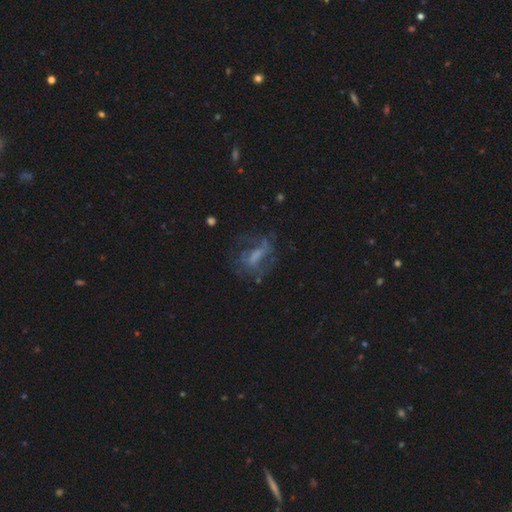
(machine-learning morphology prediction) Smooth or featured? Predicted: featured or disk (p=0.59). Edge-on disk? Predicted: no (p=0.91). Bar? Predicted: weak (p=0.37). Spiral arms? Predicted: yes (p=0.54). Bulge size? Predicted: none (p=0.45). Merging? Predicted: none (p=0.48).